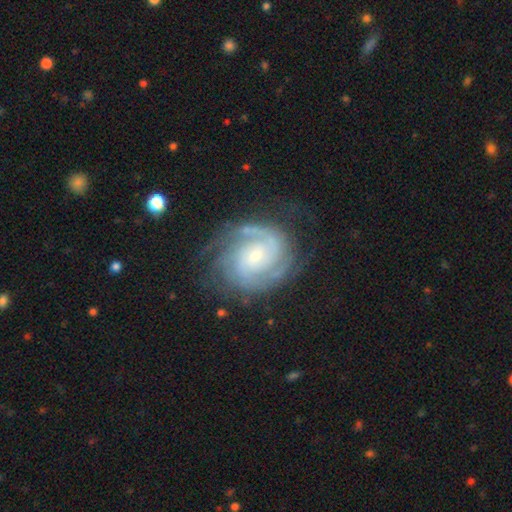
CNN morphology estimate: A featured or disk galaxy (90%) with no bar (47%), 2 (50%) tight (67%) spiral arms (98%) and a small central bulge (55%).

Vote fractions:
- Smooth or featured? featured or disk: 90% / smooth: 5% / star or artifact: 5%
- Edge-on disk? no: 98% / yes: 2%
- Bar? no: 47% / weak: 43% / strong: 10%
- Spiral arms? yes: 98% / no: 2%
- Spiral winding? tight: 67% / medium: 29% / loose: 4%
- Spiral arm count? 2: 50% / 3: 21% / can't tell: 14% / 4: 6% / 1: 4% / more than 4: 4%
- Bulge size? small: 55% / moderate: 38% / large: 3% / none: 3% / dominant: 1%
- Merging? none: 74% / minor disturbance: 17% / major disturbance: 8% / merger: 2%